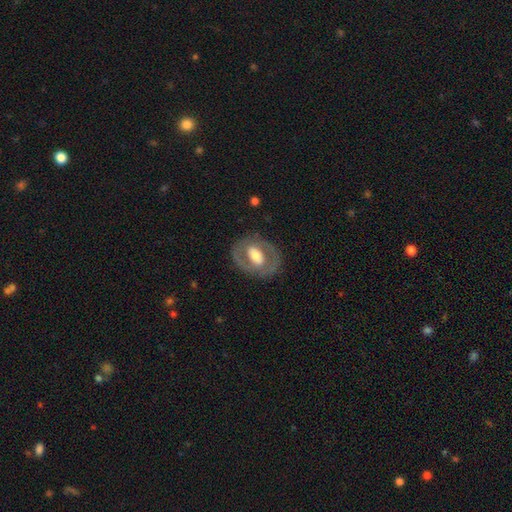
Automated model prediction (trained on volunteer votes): smooth-or-featured: featured or disk: 62% | smooth: 32% | star or artifact: 6%
  disk-edge-on: no: 95% | yes: 5%
    bar: no: 42% | weak: 33% | strong: 25%
    has-spiral-arms: no: 64% | yes: 36%
    bulge-size: moderate: 47% | large: 36% | small: 11% | dominant: 3% | none: 2%
  merging: none: 76% | minor disturbance: 14% | major disturbance: 9% | merger: 1%